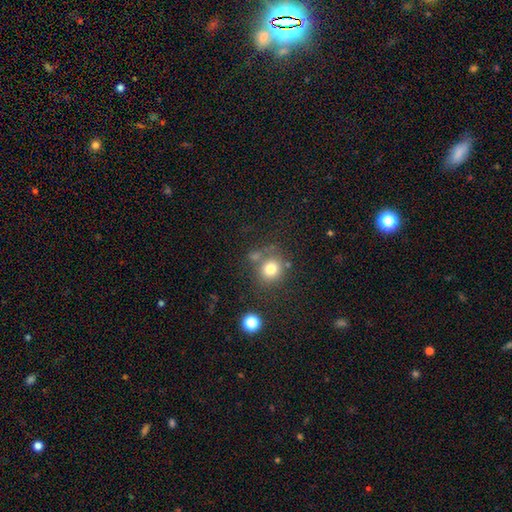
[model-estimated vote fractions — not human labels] Overall: smooth (73%). How rounded: round (85%). Merging: none (66%).